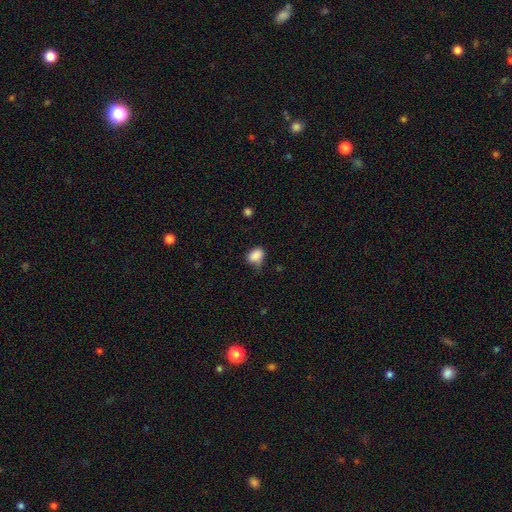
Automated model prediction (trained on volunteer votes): Smooth or featured?
  - smooth: 87% *
  - star or artifact: 8%
  - featured or disk: 4%
How rounded?
  - in between: 71% *
  - round: 28%
  - cigar-shaped: 1%
Merging?
  - none: 55% *
  - minor disturbance: 34%
  - major disturbance: 9%
  - merger: 2%